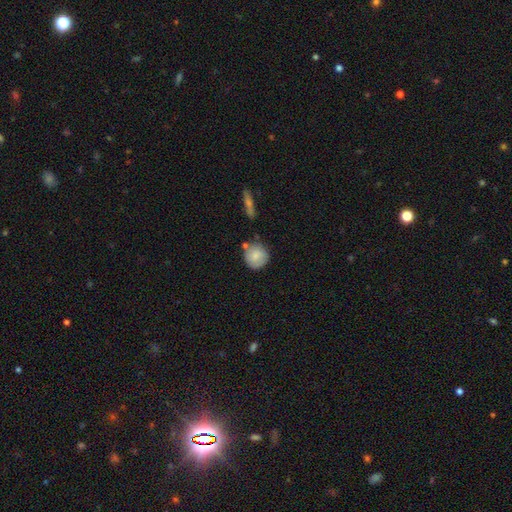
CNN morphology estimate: Smooth or featured? smooth (79%)
How rounded? round (90%)
Merging? none (70%)